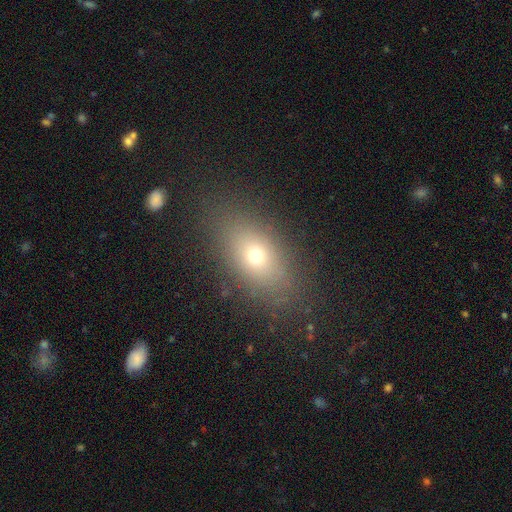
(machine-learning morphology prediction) This is likely a smooth galaxy (67%). How rounded: likely in between (78%). Merging: clearly none (83%).